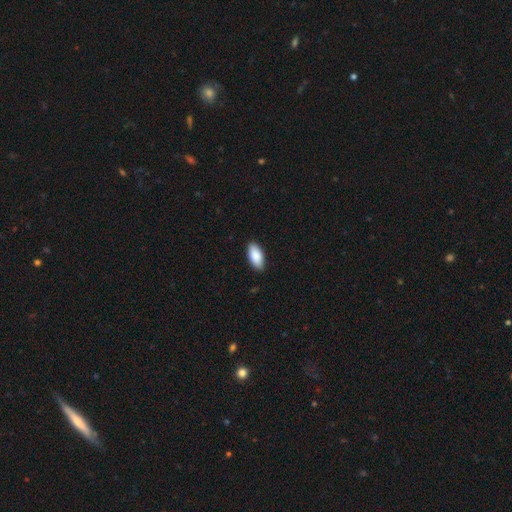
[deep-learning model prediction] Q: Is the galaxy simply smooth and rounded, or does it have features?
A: smooth — 89%.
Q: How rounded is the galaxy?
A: in between — 90%.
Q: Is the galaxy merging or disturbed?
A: none — 88%.